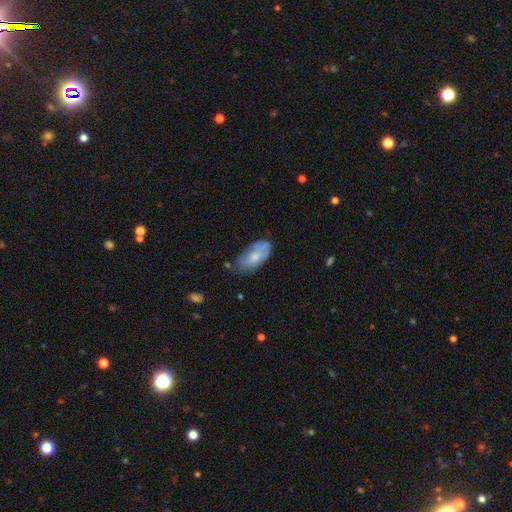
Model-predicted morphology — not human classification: Smooth or featured? Predicted: smooth (p=0.70). How rounded? Predicted: in between (p=0.93). Merging? Predicted: none (p=0.59).